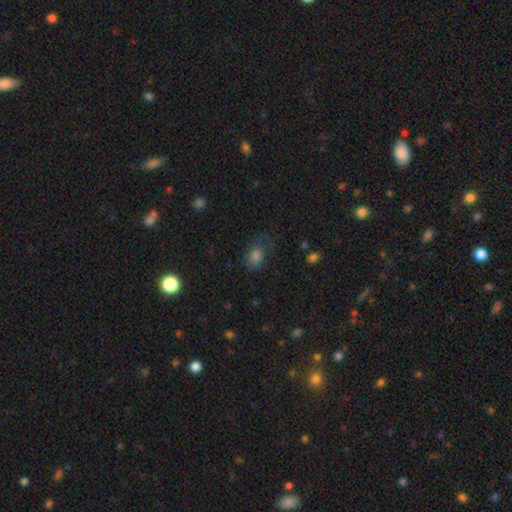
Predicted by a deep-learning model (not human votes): Smooth or featured?
  - smooth: 68% *
  - star or artifact: 17%
  - featured or disk: 15%
How rounded?
  - in between: 70% *
  - round: 29%
  - cigar-shaped: 2%
Merging?
  - none: 51% *
  - minor disturbance: 24%
  - major disturbance: 23%
  - merger: 2%